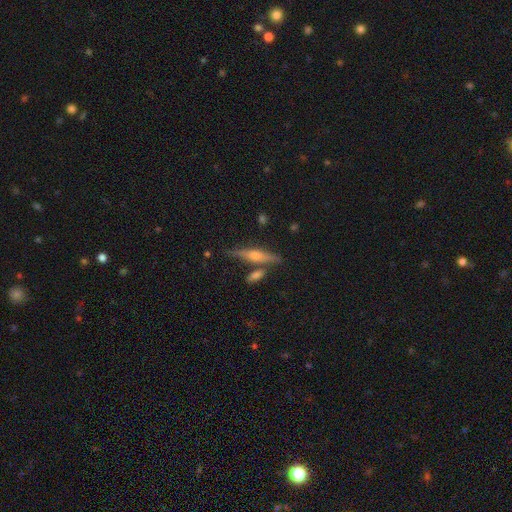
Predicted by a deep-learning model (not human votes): Morphology: type=featured or disk (57%); edge-on=yes (95%); edge-on bulge=rounded (72%); merging=none (73%).